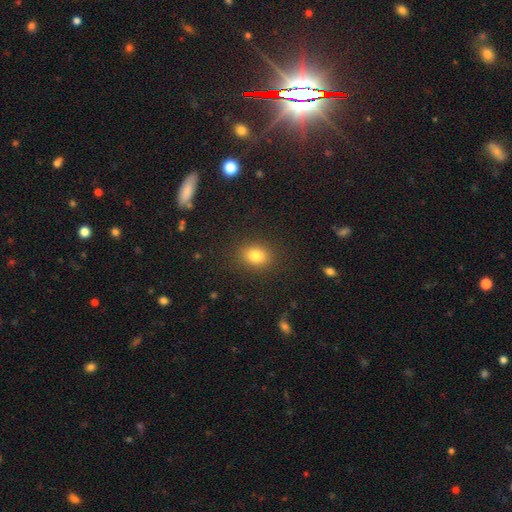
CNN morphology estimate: Smooth or featured? smooth (81%)
How rounded? in between (63%)
Merging? none (87%)